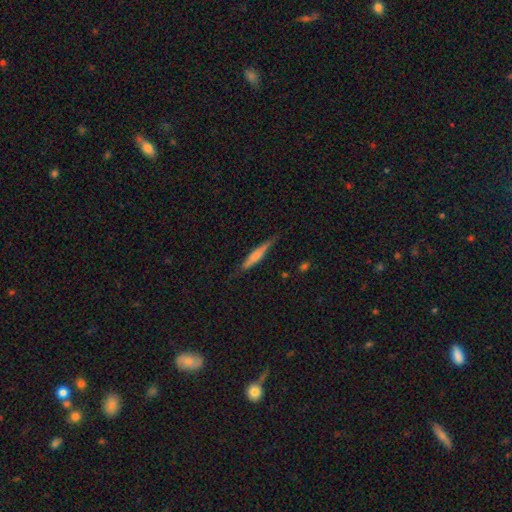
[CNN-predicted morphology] Smooth or featured? Predicted: smooth (p=0.54). How rounded? Predicted: cigar-shaped (p=0.90). Merging? Predicted: none (p=0.75).